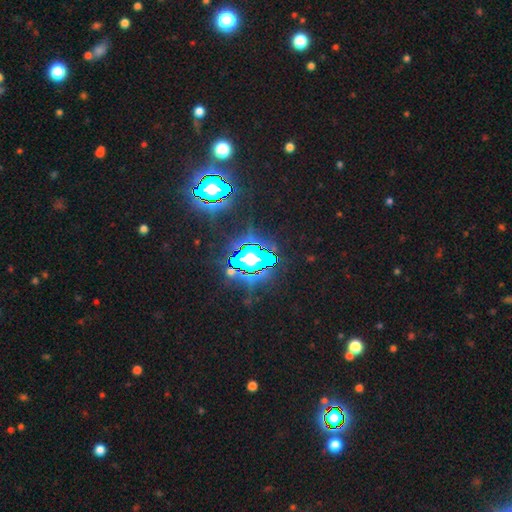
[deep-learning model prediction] Smooth or featured? Predicted: star or artifact (p=0.82).